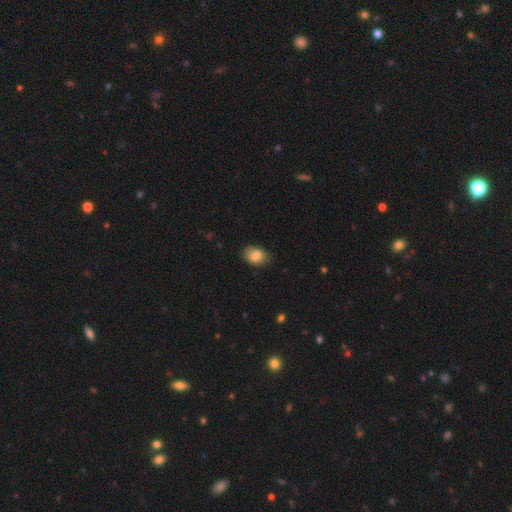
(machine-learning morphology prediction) The model was most divided on "how rounded": in between: 71%, round: 28%, cigar-shaped: 1%. More confident: smooth or featured — smooth (84%); merging — none (81%).